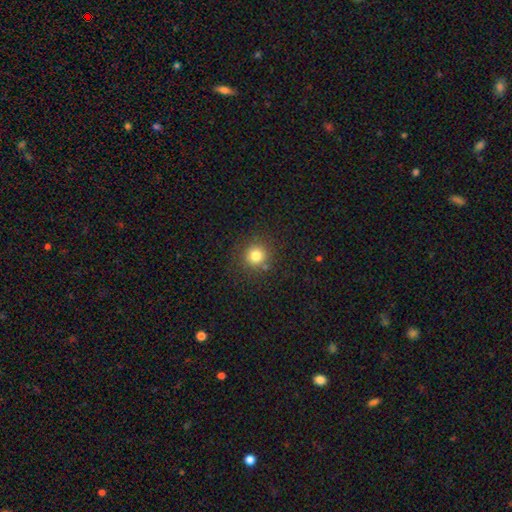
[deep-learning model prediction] Smooth or featured? smooth (79%)
How rounded? round (94%)
Merging? none (85%)